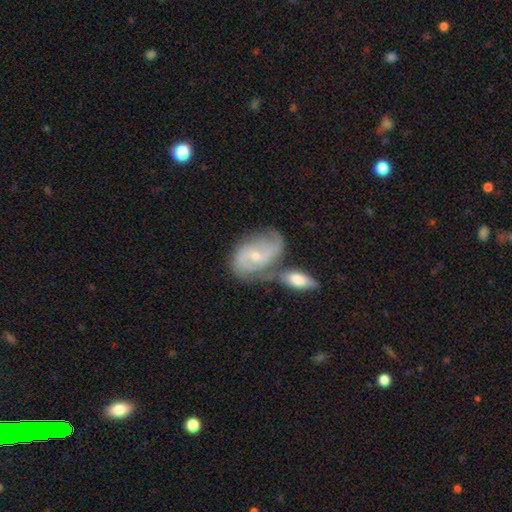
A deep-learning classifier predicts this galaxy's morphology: Smooth or featured? Predicted: featured or disk (p=0.80). Edge-on disk? Predicted: no (p=0.96). Bar? Predicted: no (p=0.49). Spiral arms? Predicted: yes (p=0.94). Spiral winding? Predicted: medium (p=0.47). Spiral arm count? Predicted: 2 (p=0.70). Bulge size? Predicted: small (p=0.65). Merging? Predicted: none (p=0.40).